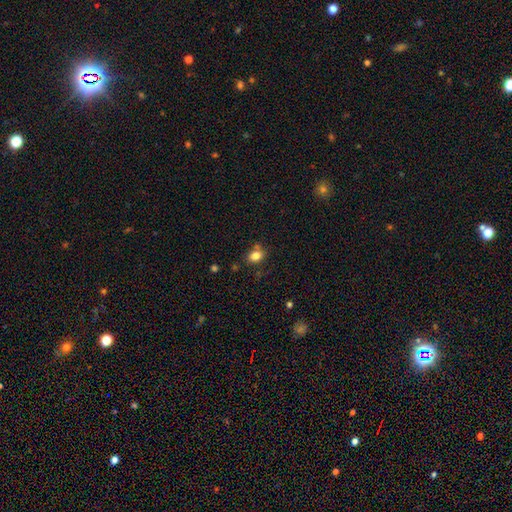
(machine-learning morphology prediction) Smooth or featured? Predicted: smooth (p=0.82). How rounded? Predicted: in between (p=0.67). Merging? Predicted: none (p=0.71).